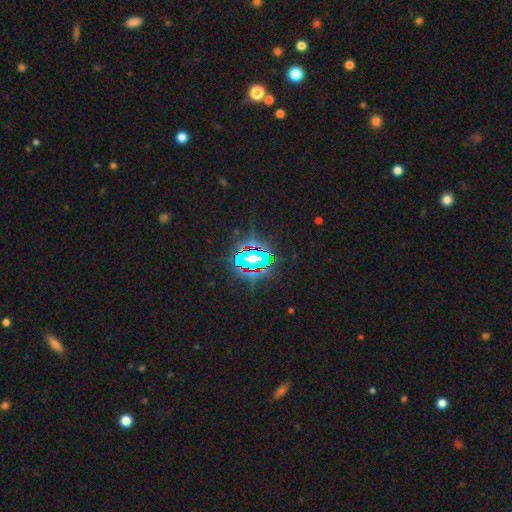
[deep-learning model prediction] This appears to be a star or artifact, not a galaxy (83%).